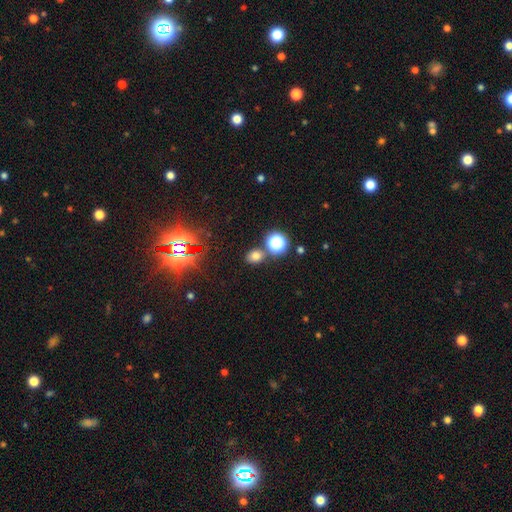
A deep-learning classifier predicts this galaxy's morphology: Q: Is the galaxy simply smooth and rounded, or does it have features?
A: smooth — 68%.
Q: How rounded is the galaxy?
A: round — 54%.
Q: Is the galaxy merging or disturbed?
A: none — 77%.